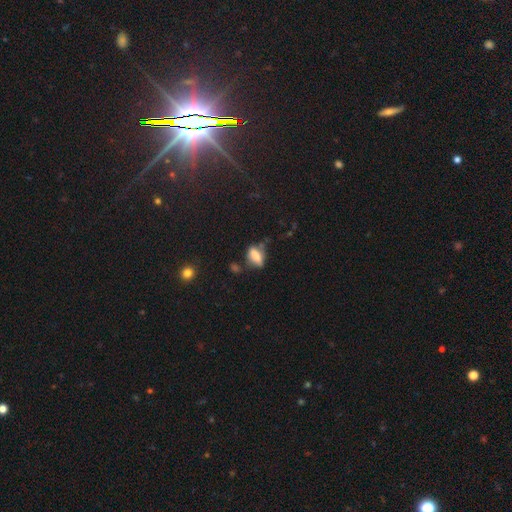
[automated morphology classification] A smooth galaxy with no disk features (70%) that is in between round and cigar-shaped (78%). Merging: none (50%).